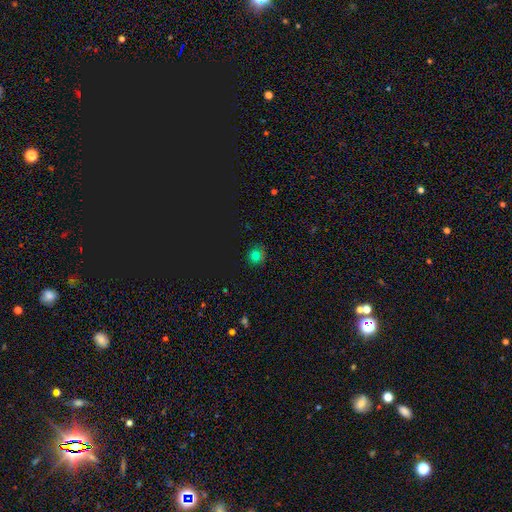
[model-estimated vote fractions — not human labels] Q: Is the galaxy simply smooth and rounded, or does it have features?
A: smooth — 66%.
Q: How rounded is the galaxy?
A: round — 83%.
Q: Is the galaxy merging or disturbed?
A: none — 78%.